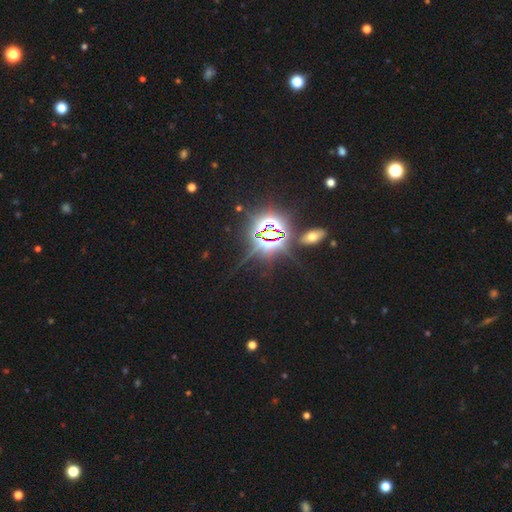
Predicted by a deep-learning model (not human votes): smooth_or_featured: star or artifact (p=0.85) [alt: smooth p=0.08]